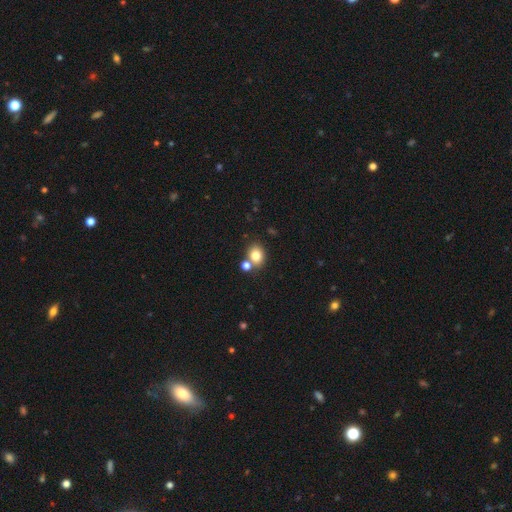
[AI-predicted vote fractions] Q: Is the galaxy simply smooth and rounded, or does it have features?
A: smooth — 80%.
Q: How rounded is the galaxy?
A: round — 51%.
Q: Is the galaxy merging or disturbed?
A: none — 63%.